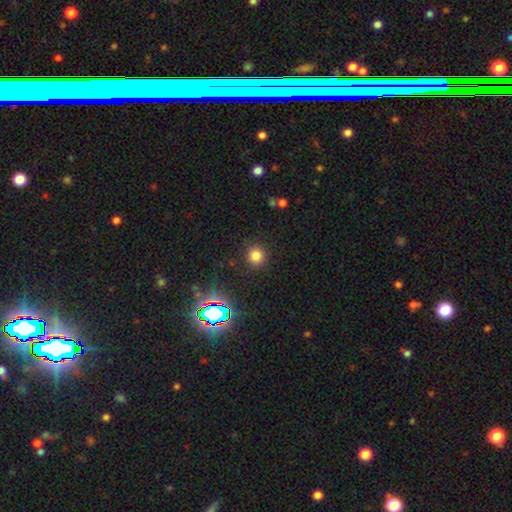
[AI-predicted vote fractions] Q: Smooth or featured?
A: smooth (78%); runner-up: star or artifact (17%)
Q: How rounded?
A: round (92%); runner-up: in between (7%)
Q: Merging?
A: none (89%); runner-up: minor disturbance (7%)